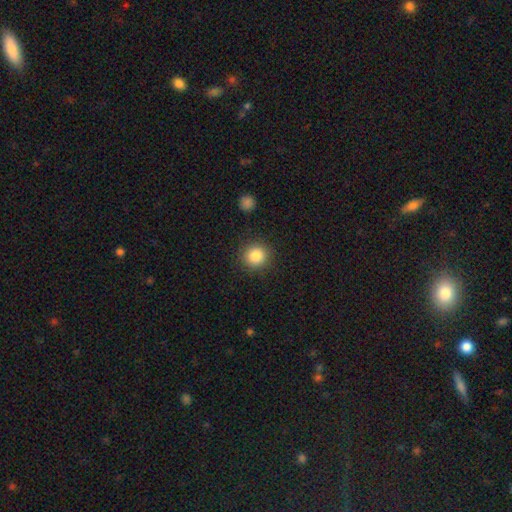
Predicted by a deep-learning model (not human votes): A smooth galaxy with no disk features (85%) that is round (90%).

Vote fractions:
- Smooth or featured? smooth: 85% / star or artifact: 10% / featured or disk: 5%
- How rounded? round: 90% / in between: 9% / cigar-shaped: 1%
- Merging? none: 88% / minor disturbance: 7% / major disturbance: 3% / merger: 1%